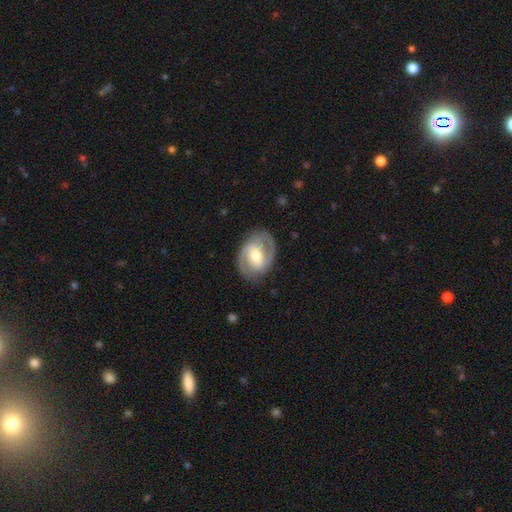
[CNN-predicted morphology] Smooth or featured? Predicted: featured or disk (p=0.73). Edge-on disk? Predicted: no (p=0.96). Bar? Predicted: weak (p=0.44). Spiral arms? Predicted: yes (p=0.83). Spiral winding? Predicted: medium (p=0.47). Spiral arm count? Predicted: 2 (p=0.85). Bulge size? Predicted: moderate (p=0.68). Merging? Predicted: none (p=0.80).